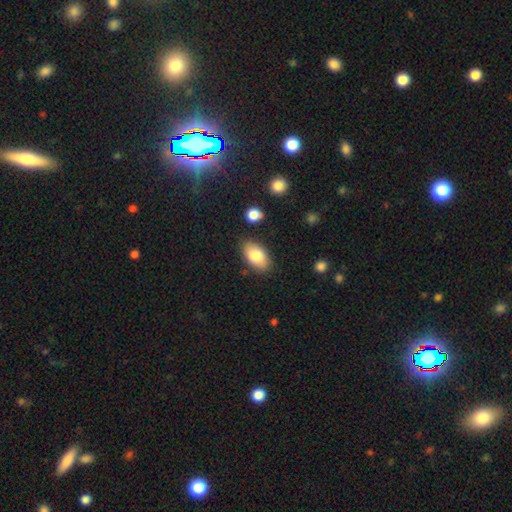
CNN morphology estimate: A smooth galaxy with no disk features (81%) that is in between round and cigar-shaped (93%). Merging: none (83%).